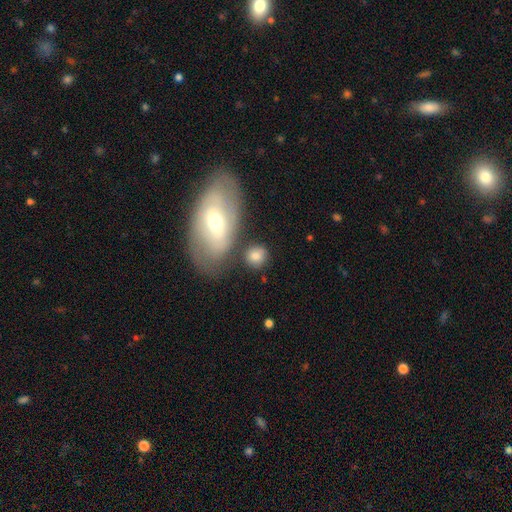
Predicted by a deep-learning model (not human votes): Smooth or featured? Predicted: smooth (p=0.76). How rounded? Predicted: round (p=0.73). Merging? Predicted: none (p=0.69).